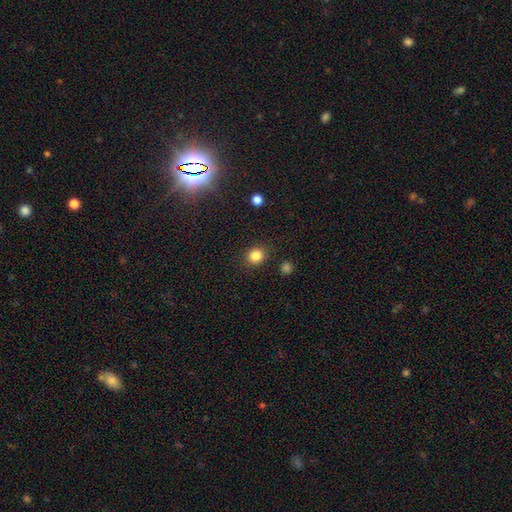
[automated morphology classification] This appears to be a smooth galaxy with no disk features (84%) that is round (84%). Merging: none (87%).